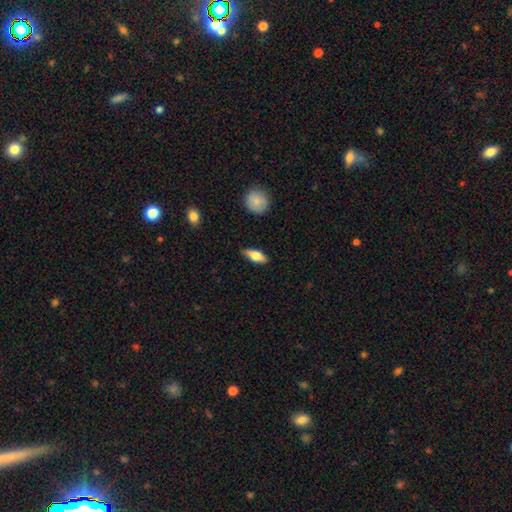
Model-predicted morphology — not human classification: smooth-or-featured: smooth: 67% | featured or disk: 26% | star or artifact: 6%
  how-rounded: in between: 71% | cigar-shaped: 25% | round: 4%
  merging: none: 84% | minor disturbance: 13% | major disturbance: 2% | merger: 1%